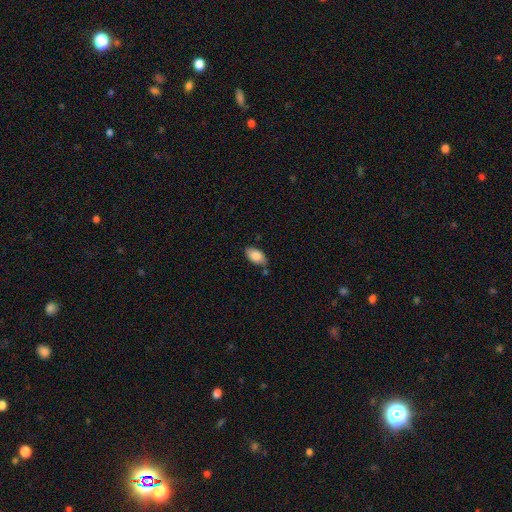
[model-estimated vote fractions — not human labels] A smooth galaxy with no disk features (85%) that is in between round and cigar-shaped (94%). Merging: none (68%).